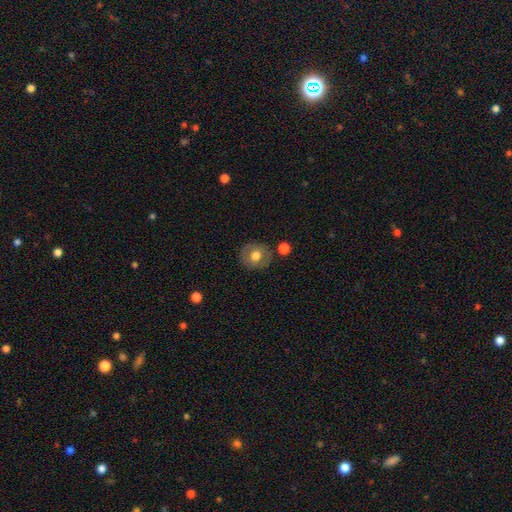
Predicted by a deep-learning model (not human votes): Q: Smooth or featured?
A: smooth (65%); runner-up: featured or disk (27%)
Q: How rounded?
A: round (82%); runner-up: in between (18%)
Q: Merging?
A: none (82%); runner-up: minor disturbance (11%)